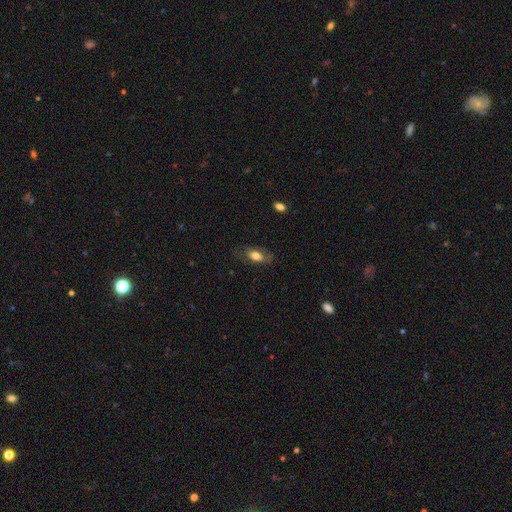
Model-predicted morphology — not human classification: Smooth or featured? Predicted: smooth (p=0.71). How rounded? Predicted: in between (p=0.86). Merging? Predicted: none (p=0.72).